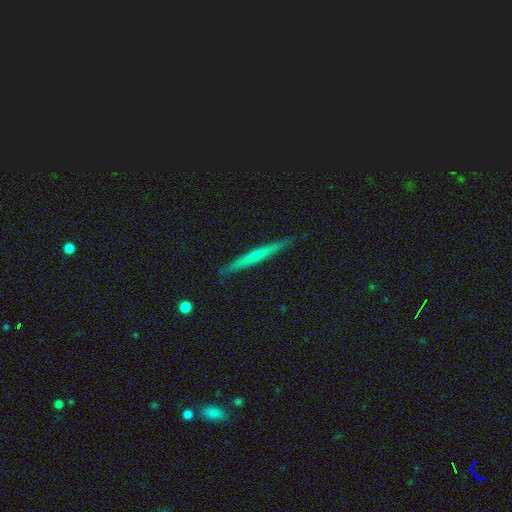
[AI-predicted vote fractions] smooth_or_featured: featured or disk (p=0.57) [alt: smooth p=0.36]
disk_edge_on: yes (p=0.97) [alt: no p=0.03]
edge_on_bulge: none (p=0.52) [alt: rounded p=0.44]
merging: none (p=0.90) [alt: minor disturbance p=0.08]